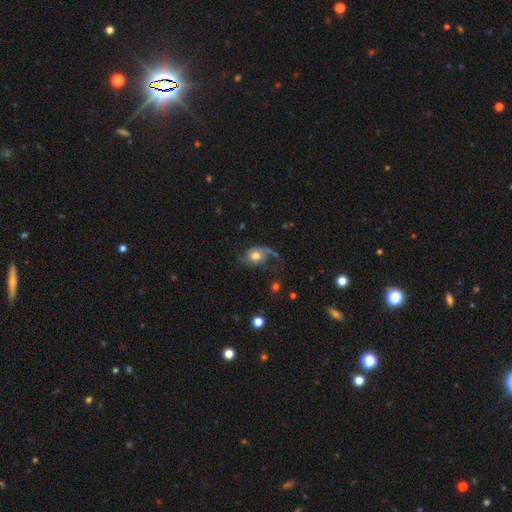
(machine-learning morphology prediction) The model was most divided on "merging": none: 41%, major disturbance: 34%, minor disturbance: 22%, merger: 3%. More confident: edge-on disk — no (96%); spiral arms — yes (85%); bar — no (75%); bulge size — moderate (58%); smooth or featured — featured or disk (55%).